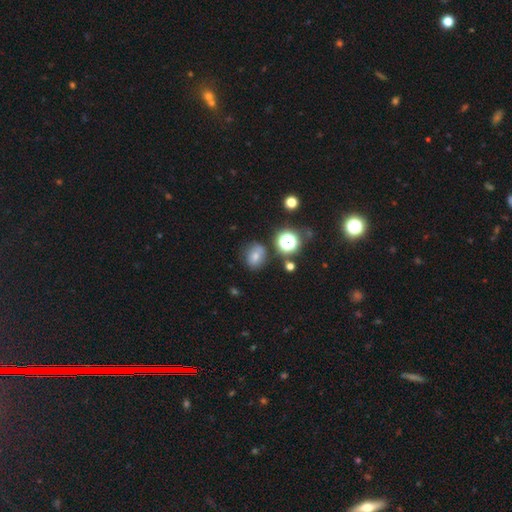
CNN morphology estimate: smooth-or-featured: smooth: 63% | star or artifact: 21% | featured or disk: 16%
  how-rounded: round: 63% | in between: 36% | cigar-shaped: 1%
  merging: none: 71% | minor disturbance: 17% | merger: 7% | major disturbance: 6%